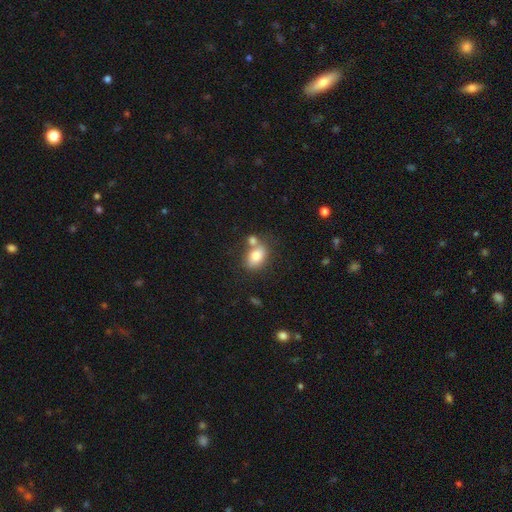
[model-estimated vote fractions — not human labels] A smooth galaxy with no disk features (78%) that is in between round and cigar-shaped (83%). Merging: none (47%).